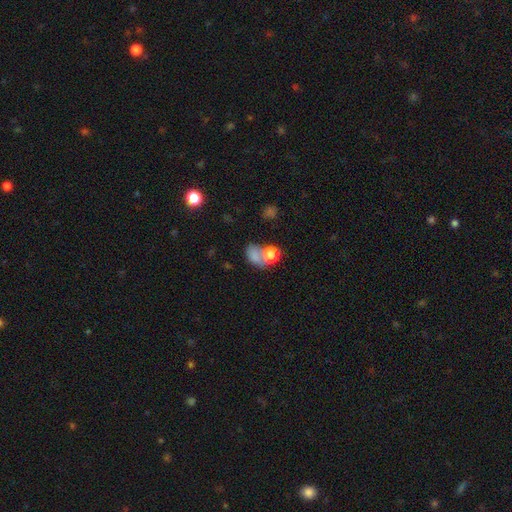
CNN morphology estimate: Smooth or featured? Predicted: smooth (p=0.70). How rounded? Predicted: in between (p=0.59). Merging? Predicted: merger (p=0.42).